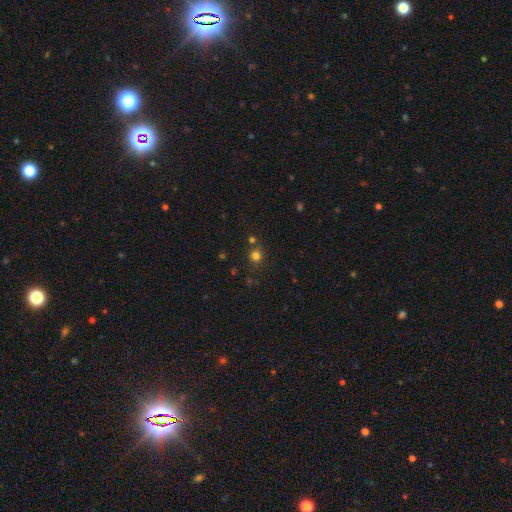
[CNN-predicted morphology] Smooth or featured: smooth — 75% (star or artifact — 19%)
How rounded: round — 89% (in between — 10%)
Merging: none — 75% (merger — 12%)